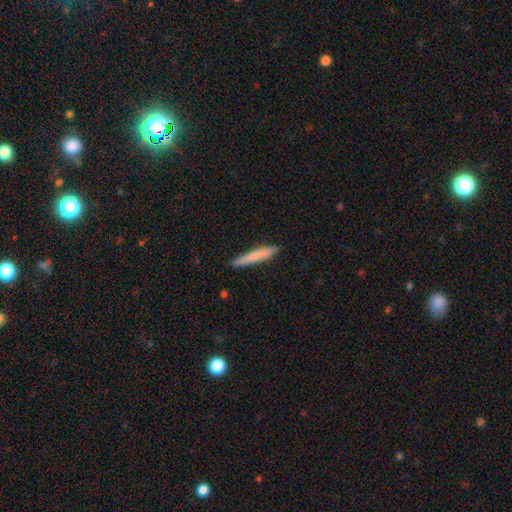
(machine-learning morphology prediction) smooth 74%, featured or disk 20%, star or artifact 6%. Down the decision tree: how rounded — cigar-shaped (95%); merging — none (89%).